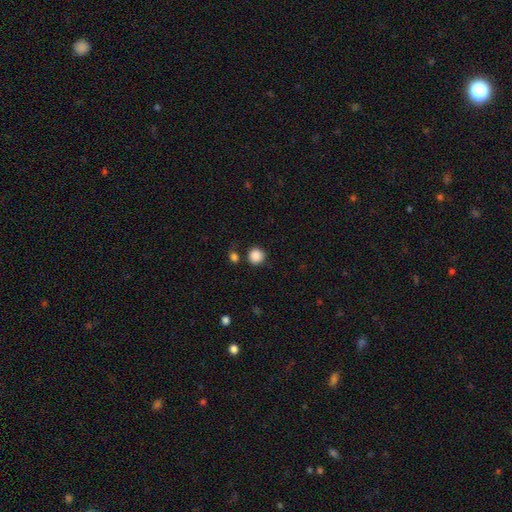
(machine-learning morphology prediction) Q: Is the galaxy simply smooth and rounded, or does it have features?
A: smooth — 88%.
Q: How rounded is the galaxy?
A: round — 92%.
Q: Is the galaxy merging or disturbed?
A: none — 81%.